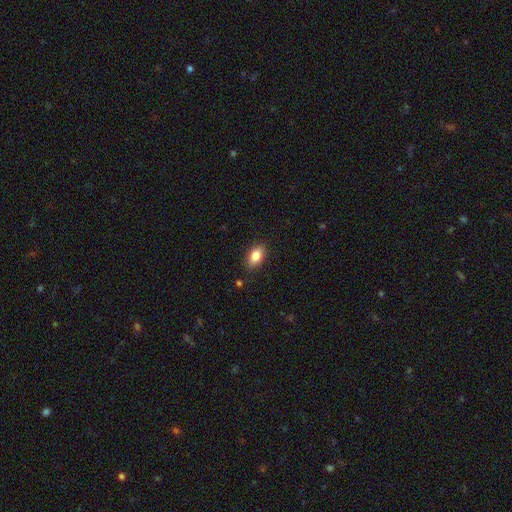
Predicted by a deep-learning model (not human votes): The model was most divided on "smooth or featured": smooth: 84%, star or artifact: 8%, featured or disk: 8%. More confident: how rounded — in between (89%); merging — none (87%).